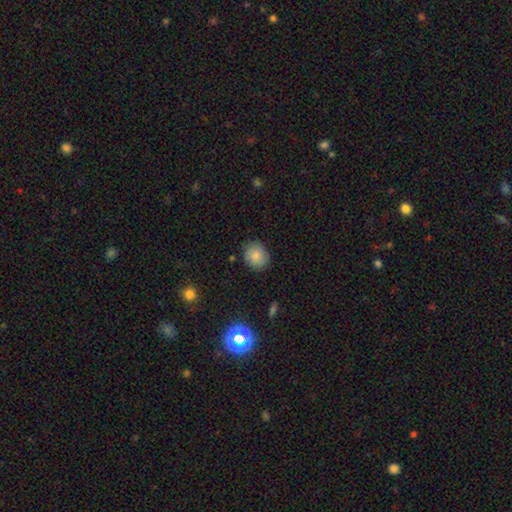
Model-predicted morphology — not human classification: This is likely a smooth galaxy (78%). How rounded: clearly round (81%). Merging: clearly none (83%).